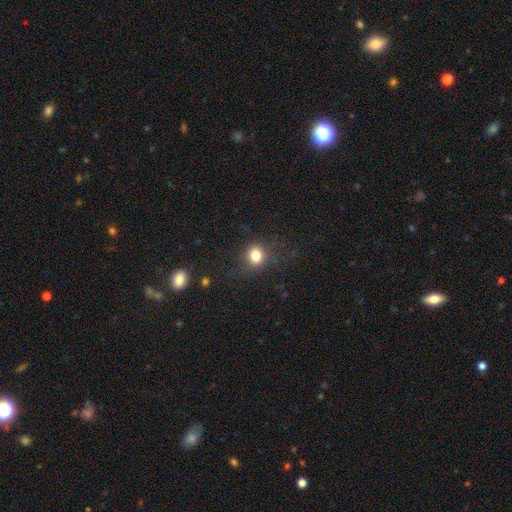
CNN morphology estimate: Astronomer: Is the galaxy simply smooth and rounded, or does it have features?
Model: smooth — 80%.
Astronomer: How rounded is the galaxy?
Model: round — 76%.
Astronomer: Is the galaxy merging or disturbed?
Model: none — 82%.